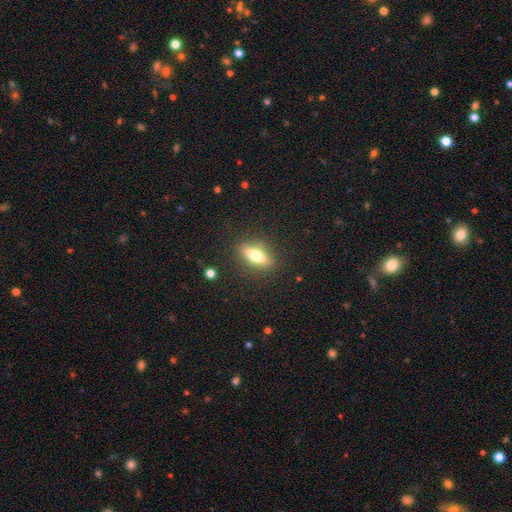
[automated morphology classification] The model was most divided on "how rounded": in between: 66%, cigar-shaped: 29%, round: 5%. More confident: merging — none (85%); smooth or featured — smooth (65%).